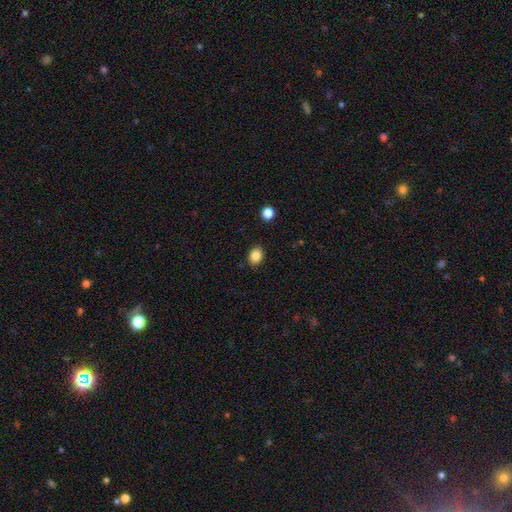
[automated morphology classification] Smooth or featured? Predicted: smooth (p=0.85). How rounded? Predicted: in between (p=0.52). Merging? Predicted: none (p=0.87).